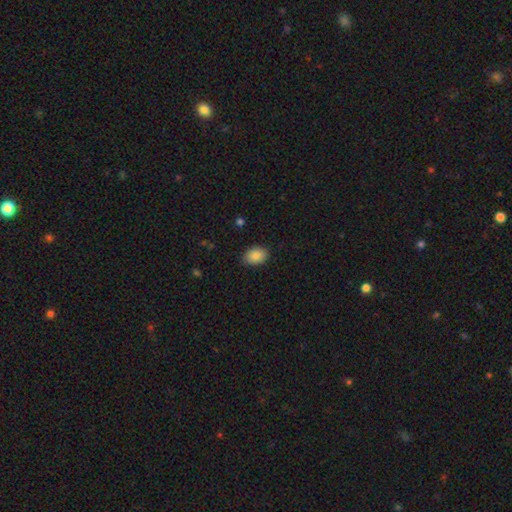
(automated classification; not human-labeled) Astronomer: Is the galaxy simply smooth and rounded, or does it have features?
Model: smooth — 89%.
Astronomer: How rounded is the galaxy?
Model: in between — 81%.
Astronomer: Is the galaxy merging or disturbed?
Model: none — 86%.